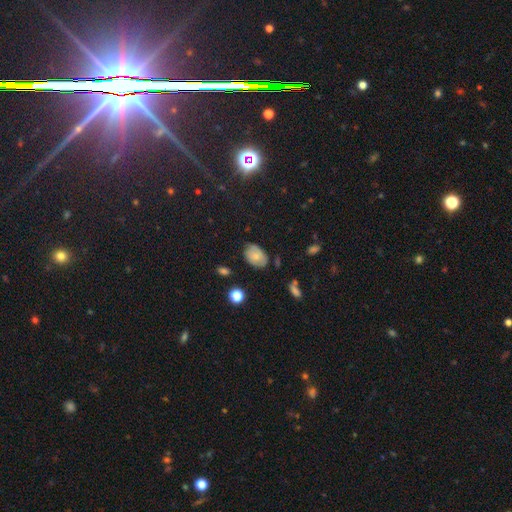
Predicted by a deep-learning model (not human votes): Smooth or featured?
  - smooth: 69% *
  - featured or disk: 21%
  - star or artifact: 10%
How rounded?
  - in between: 82% *
  - round: 16%
  - cigar-shaped: 1%
Merging?
  - none: 65% *
  - minor disturbance: 26%
  - major disturbance: 6%
  - merger: 2%